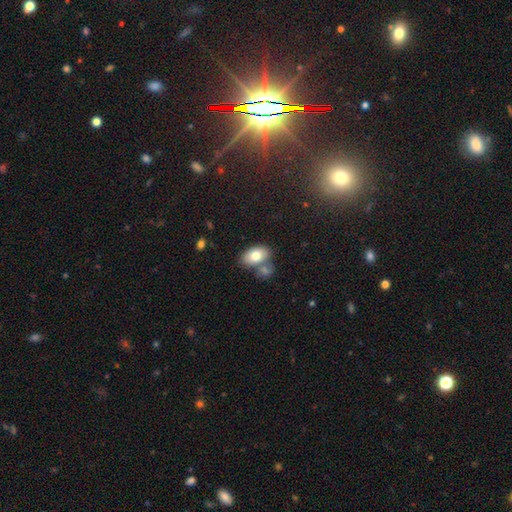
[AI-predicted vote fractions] Smooth or featured? Predicted: smooth (p=0.77). How rounded? Predicted: in between (p=0.91). Merging? Predicted: none (p=0.54).